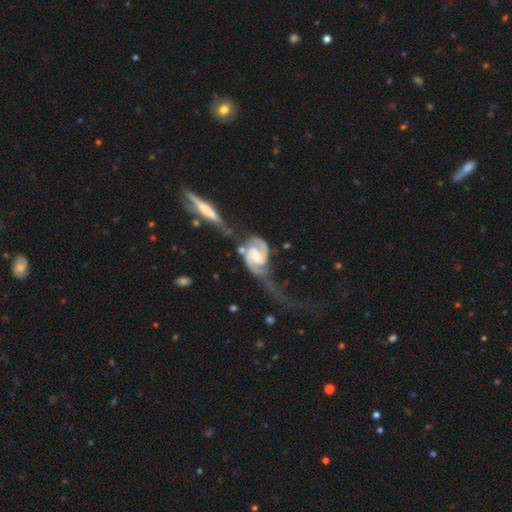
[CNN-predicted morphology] This is clearly a featured or disk galaxy (91%). It is clearly not viewed edge-on (98%). Bar: marginally weak (45%). Spiral arm pattern: clearly yes (98%). Spiral arm count: clearly 2 (91%). Spiral winding: possibly medium (47%). Central bulge: marginally moderate (41%). Merging: marginally major disturbance (32%).